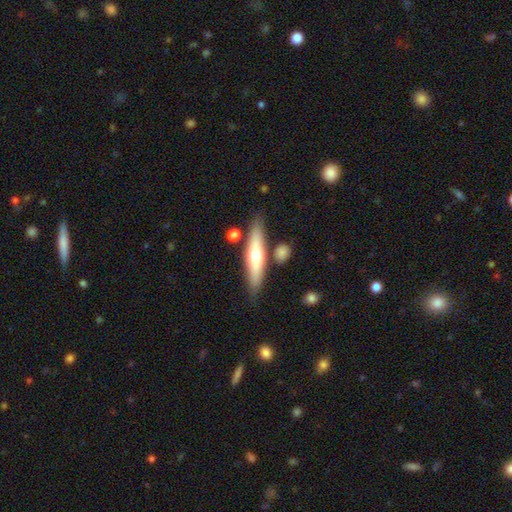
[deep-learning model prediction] Q: Smooth or featured?
A: smooth (50%); runner-up: featured or disk (45%)
Q: Merging?
A: none (81%); runner-up: minor disturbance (10%)